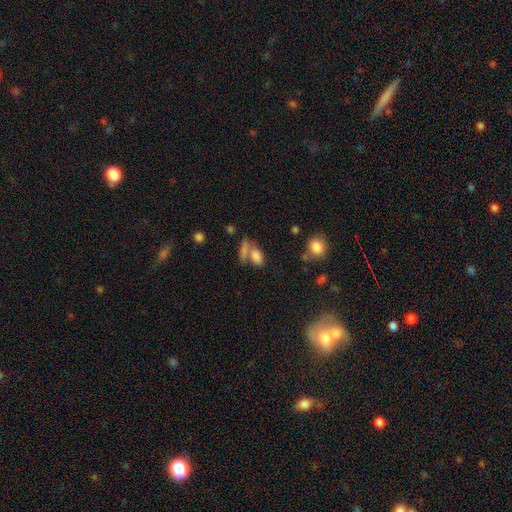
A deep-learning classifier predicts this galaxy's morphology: smooth 79%, featured or disk 11%, star or artifact 10%. Down the decision tree: how rounded — in between (81%); merging — merger (41%, tied with none).